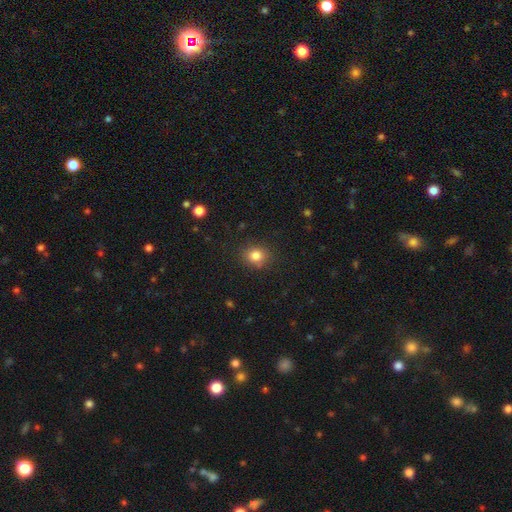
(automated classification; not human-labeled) A smooth galaxy with no disk features (83%) that is round (72%).

Vote fractions:
- Smooth or featured? smooth: 83% / star or artifact: 12% / featured or disk: 6%
- How rounded? round: 72% / in between: 27% / cigar-shaped: 1%
- Merging? none: 85% / minor disturbance: 10% / major disturbance: 3% / merger: 2%